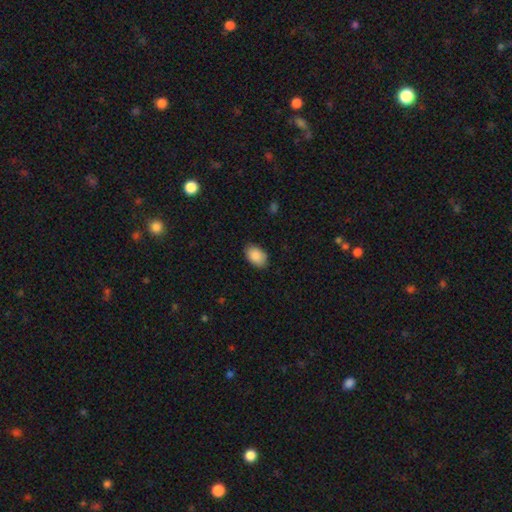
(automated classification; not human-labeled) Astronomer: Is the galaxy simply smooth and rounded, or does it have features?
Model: smooth — 89%.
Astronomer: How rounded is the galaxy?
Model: in between — 89%.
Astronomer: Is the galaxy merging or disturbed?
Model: none — 85%.